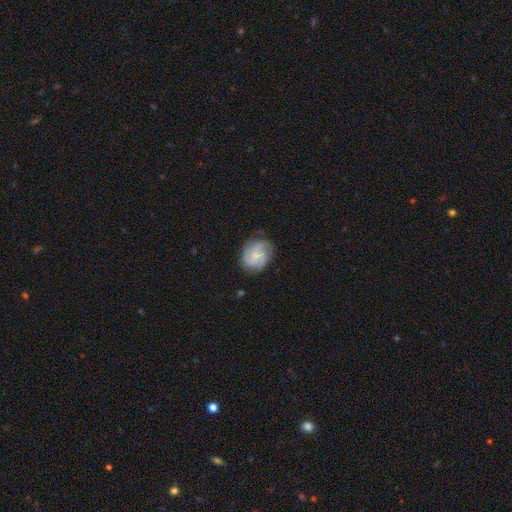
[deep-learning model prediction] Smooth or featured?
  - featured or disk: 62% *
  - smooth: 31%
  - star or artifact: 7%
Edge-on disk?
  - no: 98% *
  - yes: 2%
Bar?
  - no: 69% *
  - weak: 28%
  - strong: 3%
Spiral arms?
  - yes: 92% *
  - no: 8%
Spiral winding?
  - medium: 43% *
  - tight: 42%
  - loose: 15%
Spiral arm count?
  - 3: 39% *
  - can't tell: 21%
  - 2: 17%
  - 4: 13%
  - 1: 5%
  - more than 4: 4%
Bulge size?
  - small: 53% *
  - moderate: 29%
  - none: 14%
  - large: 2%
  - dominant: 1%
Merging?
  - none: 73% *
  - minor disturbance: 19%
  - major disturbance: 6%
  - merger: 1%